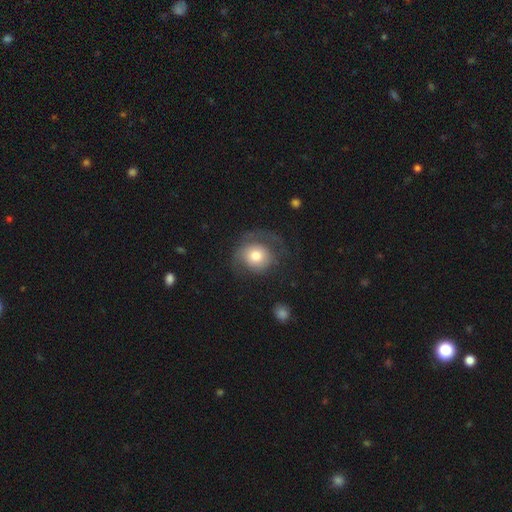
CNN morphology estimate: Smooth or featured?
  - smooth: 61% *
  - featured or disk: 31%
  - star or artifact: 8%
How rounded?
  - round: 79% *
  - in between: 20%
  - cigar-shaped: 1%
Merging?
  - none: 45% *
  - major disturbance: 31%
  - minor disturbance: 22%
  - merger: 2%